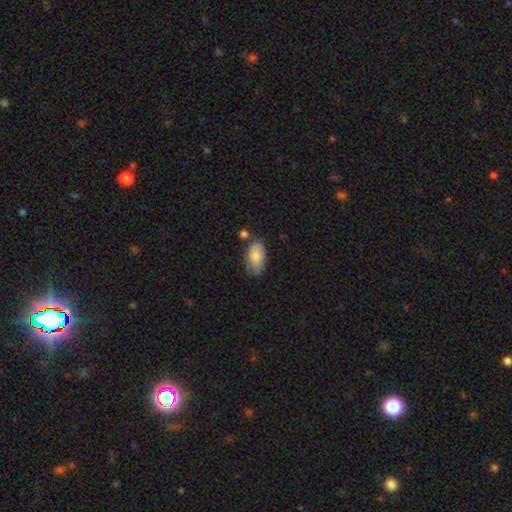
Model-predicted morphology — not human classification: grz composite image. It shows a smooth galaxy with no disk features (80%) that is in between round and cigar-shaped (94%). Merging: none (62%).